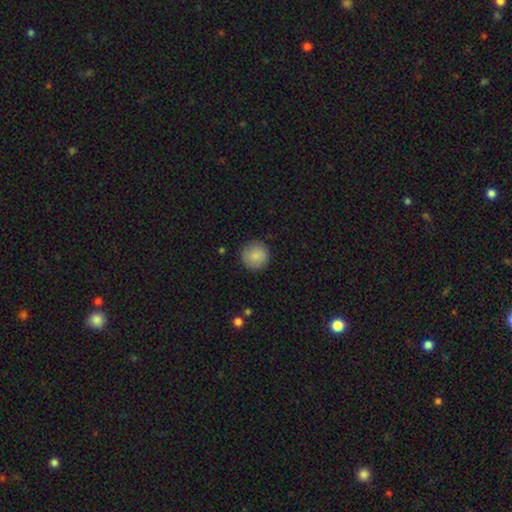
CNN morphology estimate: This is clearly a smooth galaxy (85%). How rounded: clearly round (95%). Merging: clearly none (88%).